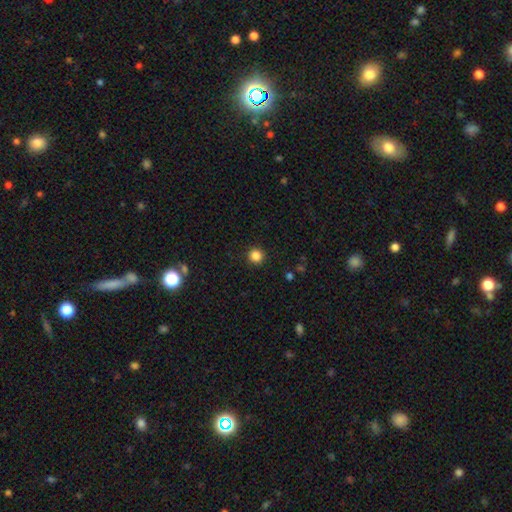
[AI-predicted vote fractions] This appears to be a smooth galaxy with no disk features (85%) that is round (95%). Merging: none (92%).